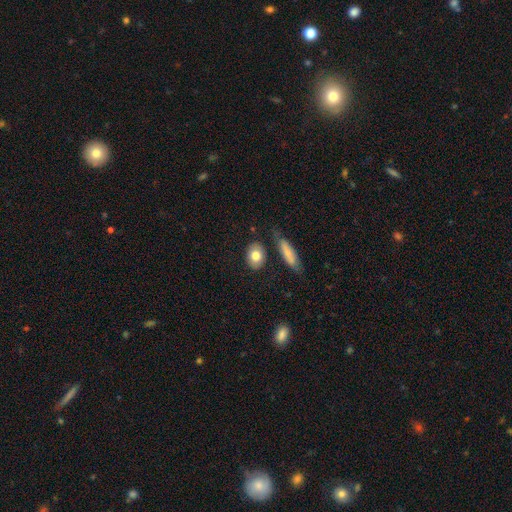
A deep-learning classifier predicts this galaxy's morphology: smooth 79%, featured or disk 14%, star or artifact 7%. Down the decision tree: how rounded — in between (66%); merging — none (78%).